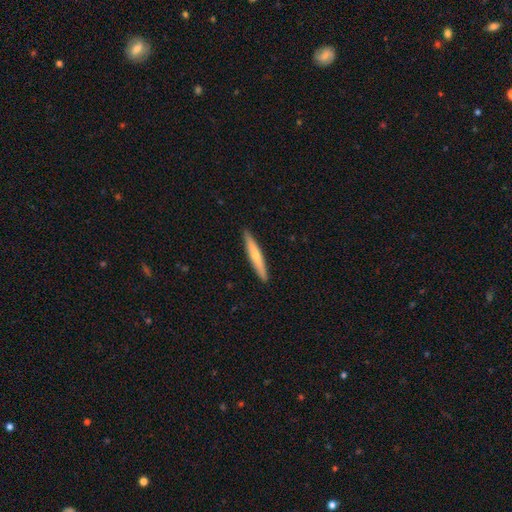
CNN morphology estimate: smooth_or_featured: smooth (p=0.60) [alt: featured or disk p=0.35]
how_rounded: cigar-shaped (p=0.94) [alt: in between p=0.05]
merging: none (p=0.91) [alt: minor disturbance p=0.07]